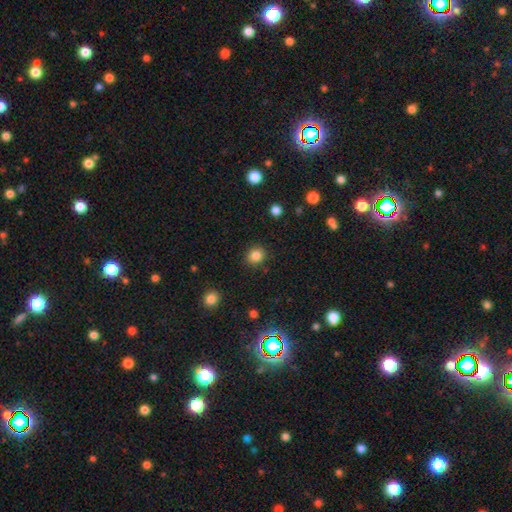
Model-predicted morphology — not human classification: Q: Smooth or featured?
A: smooth (84%); runner-up: star or artifact (11%)
Q: How rounded?
A: round (83%); runner-up: in between (16%)
Q: Merging?
A: none (89%); runner-up: minor disturbance (7%)